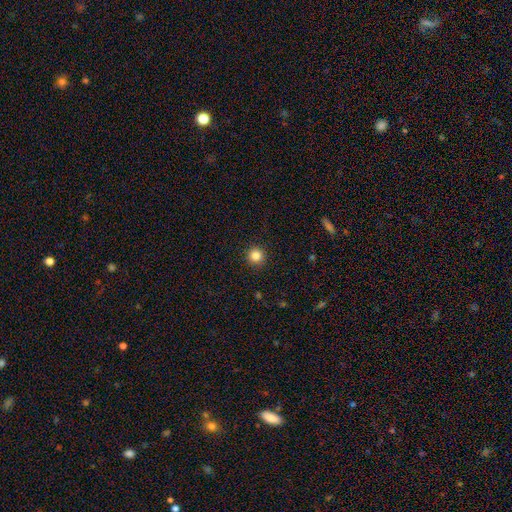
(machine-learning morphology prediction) A smooth galaxy with no disk features (84%) that is round (96%).

Vote fractions:
- Smooth or featured? smooth: 84% / star or artifact: 11% / featured or disk: 5%
- How rounded? round: 96% / in between: 3% / cigar-shaped: 1%
- Merging? none: 93% / minor disturbance: 4% / major disturbance: 2% / merger: 1%